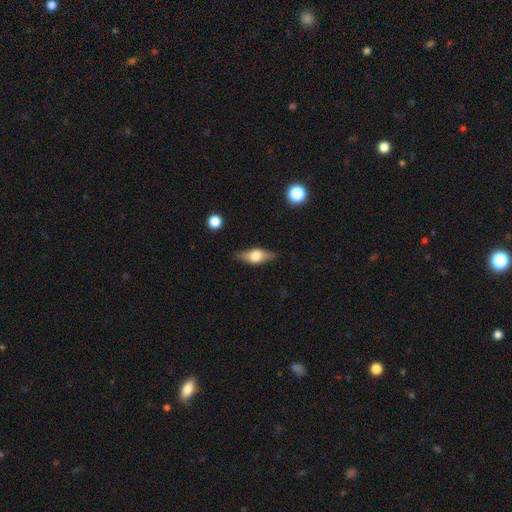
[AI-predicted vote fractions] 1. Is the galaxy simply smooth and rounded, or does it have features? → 48% featured or disk, 46% smooth, 7% star or artifact.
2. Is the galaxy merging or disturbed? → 83% none, 13% minor disturbance, 3% major disturbance, 1% merger.